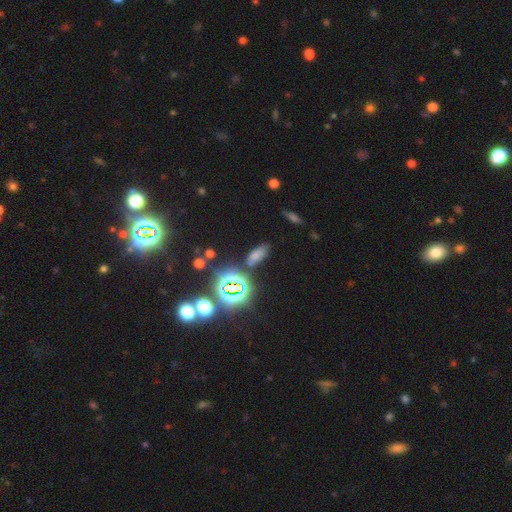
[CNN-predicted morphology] smooth-or-featured: smooth: 54% | star or artifact: 35% | featured or disk: 11%
  how-rounded: in between: 78% | cigar-shaped: 14% | round: 7%
  merging: none: 71% | minor disturbance: 17% | merger: 6% | major disturbance: 6%